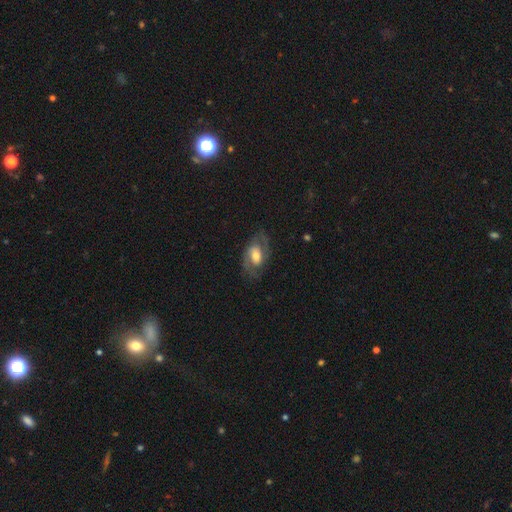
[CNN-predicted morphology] Q: Smooth or featured?
A: featured or disk (70%); runner-up: smooth (24%)
Q: Edge-on disk?
A: no (95%); runner-up: yes (5%)
Q: Bar?
A: weak (43%); runner-up: no (39%)
Q: Spiral arms?
A: yes (85%); runner-up: no (15%)
Q: Spiral winding?
A: medium (51%); runner-up: tight (28%)
Q: Spiral arm count?
A: 2 (84%); runner-up: can't tell (9%)
Q: Bulge size?
A: moderate (61%); runner-up: large (19%)
Q: Merging?
A: none (73%); runner-up: minor disturbance (17%)